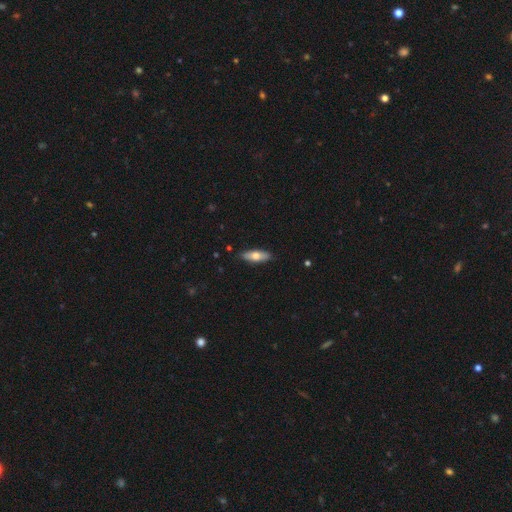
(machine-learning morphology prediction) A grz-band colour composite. It shows a smooth galaxy with no disk features (62%) that is in between round and cigar-shaped (55%). Merging: none (88%).